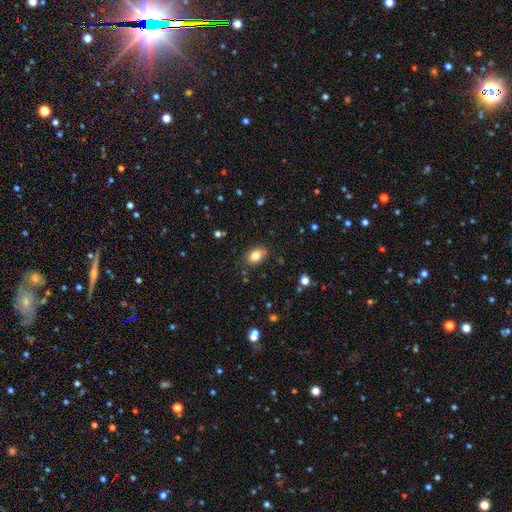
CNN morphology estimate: A smooth galaxy with no disk features (82%) that is in between round and cigar-shaped (78%).

Vote fractions:
- Smooth or featured? smooth: 82% / star or artifact: 9% / featured or disk: 8%
- How rounded? in between: 78% / round: 20% / cigar-shaped: 1%
- Merging? none: 82% / minor disturbance: 13% / major disturbance: 3% / merger: 2%